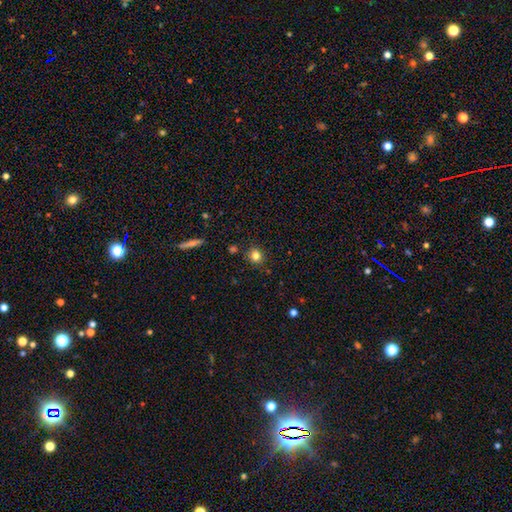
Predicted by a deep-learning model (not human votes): Morphology: type=smooth (81%); roundness=round (85%); merging=none (87%).